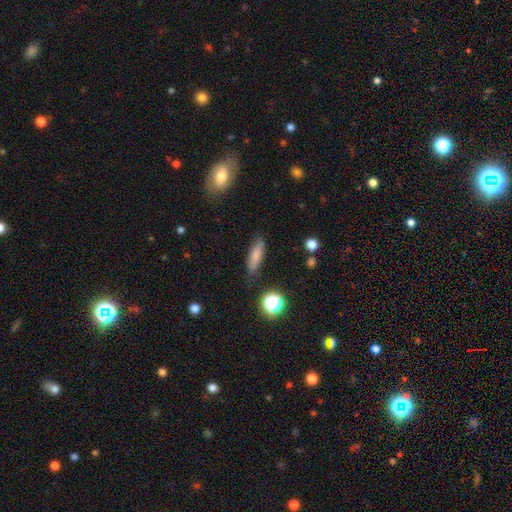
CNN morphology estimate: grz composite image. It shows a smooth galaxy with no disk features (77%) that is cigar-shaped (61%). Merging: none (82%).